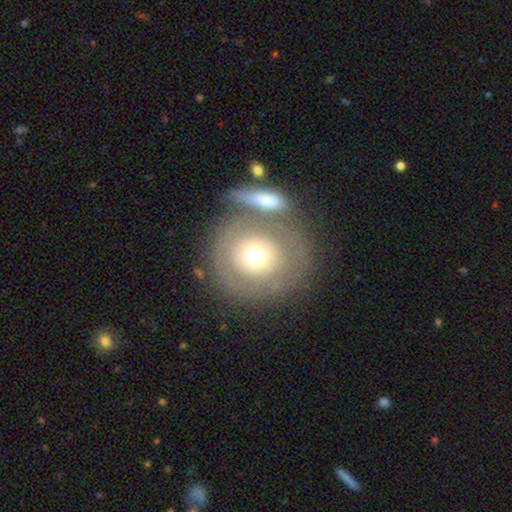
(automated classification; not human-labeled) The model was most divided on "smooth or featured": smooth: 52%, featured or disk: 41%, star or artifact: 7%. More confident: how rounded — round (85%); merging — none (57%).